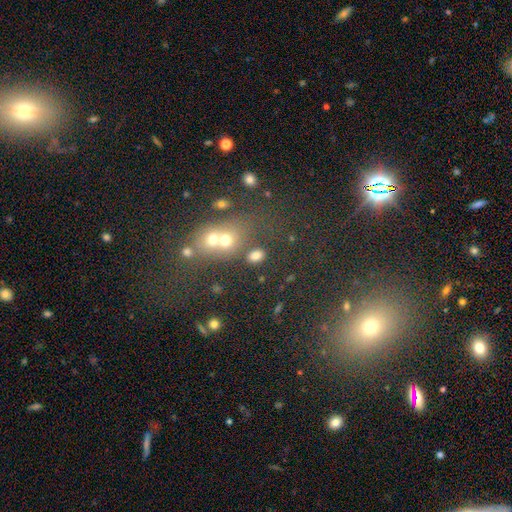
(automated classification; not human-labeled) Smooth or featured? smooth (74%)
How rounded? in between (73%)
Merging? none (61%)